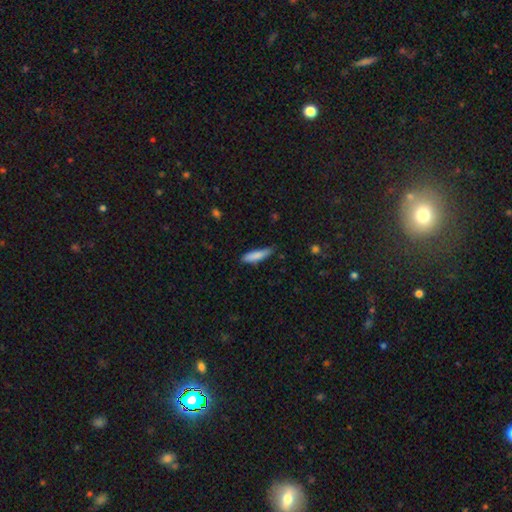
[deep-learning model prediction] Overall: smooth (83%). How rounded: cigar-shaped (73%). Merging: none (68%).